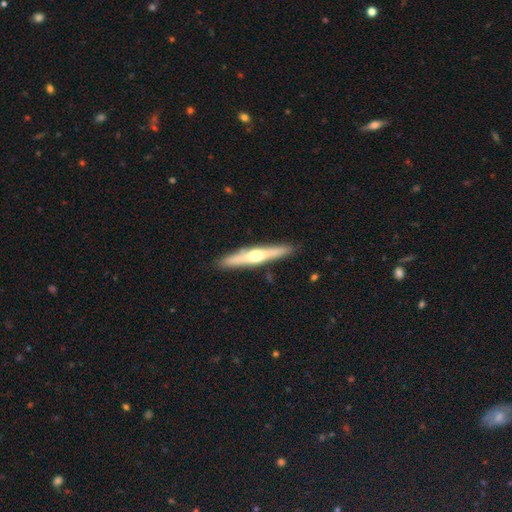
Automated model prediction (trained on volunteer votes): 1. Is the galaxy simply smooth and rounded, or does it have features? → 61% featured or disk, 34% smooth, 5% star or artifact.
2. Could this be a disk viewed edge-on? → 95% yes, 5% no.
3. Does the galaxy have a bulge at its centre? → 89% rounded, 7% none, 4% boxy.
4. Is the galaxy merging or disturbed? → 89% none, 8% minor disturbance, 2% major disturbance, 2% merger.